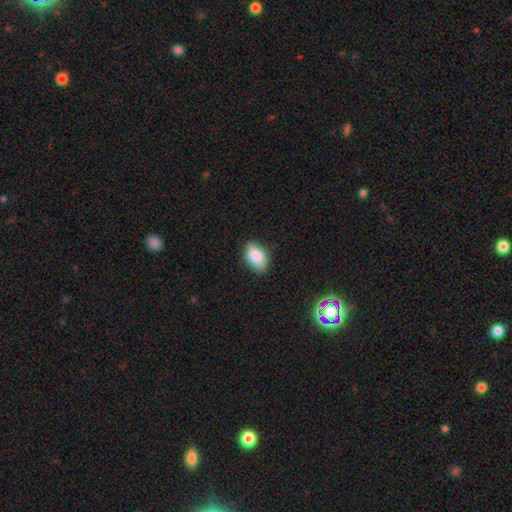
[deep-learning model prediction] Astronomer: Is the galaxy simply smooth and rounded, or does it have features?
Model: smooth — 84%.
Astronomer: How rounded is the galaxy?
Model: in between — 90%.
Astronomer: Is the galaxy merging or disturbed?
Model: none — 84%.